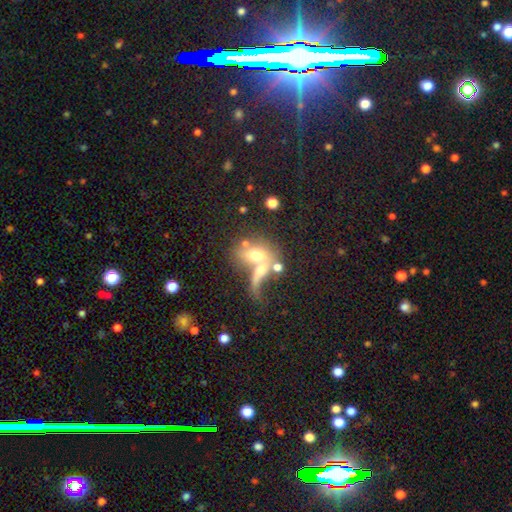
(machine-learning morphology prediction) A smooth galaxy with no disk features (54%) that is in between round and cigar-shaped (55%). Merging: merger (56%).